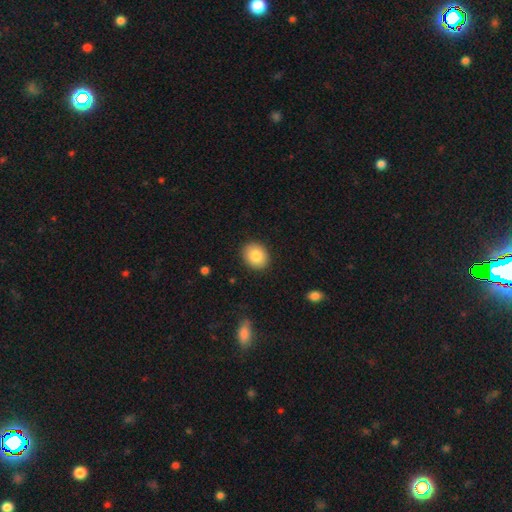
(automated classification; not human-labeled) smooth 84%, star or artifact 8%, featured or disk 8%. Down the decision tree: how rounded — round (64%); merging — none (90%).